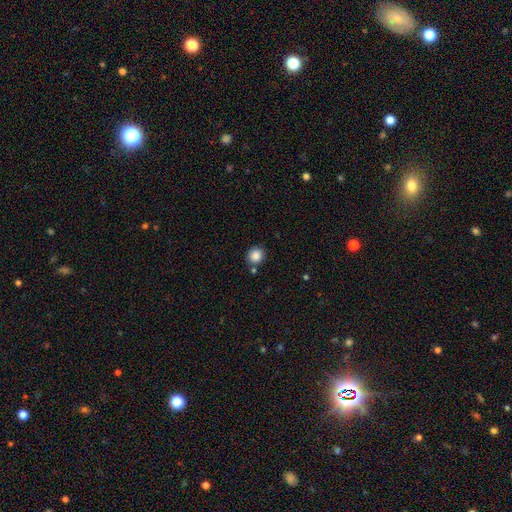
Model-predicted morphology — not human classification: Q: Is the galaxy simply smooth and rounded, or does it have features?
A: smooth — 87%.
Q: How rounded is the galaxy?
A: round — 86%.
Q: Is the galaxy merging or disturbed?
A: none — 80%.